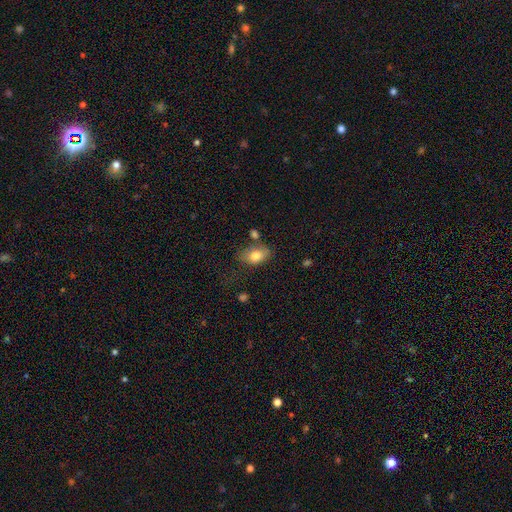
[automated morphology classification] smooth 79%, featured or disk 13%, star or artifact 8%. Down the decision tree: how rounded — in between (87%); merging — none (63%).